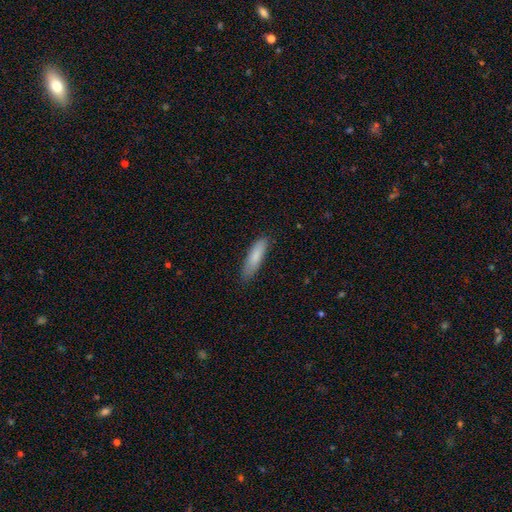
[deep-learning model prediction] The model was most divided on "how rounded": cigar-shaped: 66%, in between: 33%, round: 1%. More confident: smooth or featured — smooth (82%); merging — none (79%).